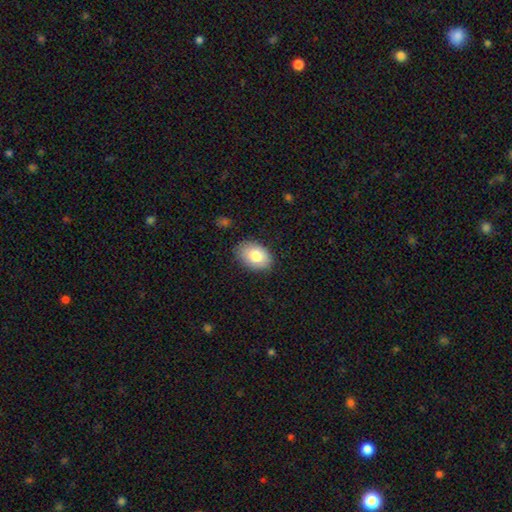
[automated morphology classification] Smooth or featured: smooth — 83% (featured or disk — 10%)
How rounded: in between — 86% (round — 13%)
Merging: none — 82% (minor disturbance — 14%)